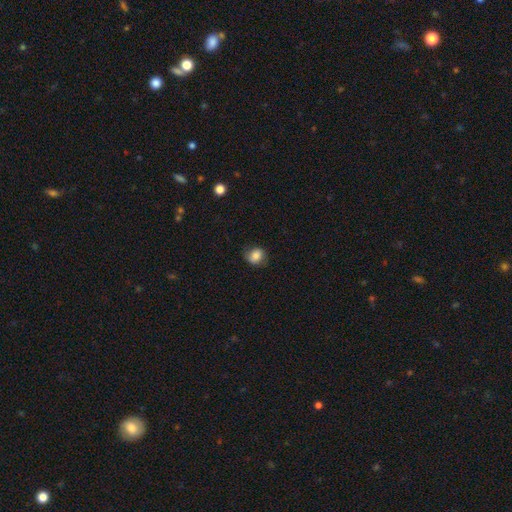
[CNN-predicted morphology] A smooth galaxy with no disk features (79%) that is round (57%).

Vote fractions:
- Smooth or featured? smooth: 79% / featured or disk: 12% / star or artifact: 9%
- How rounded? round: 57% / in between: 42% / cigar-shaped: 1%
- Merging? none: 76% / minor disturbance: 18% / major disturbance: 5% / merger: 1%